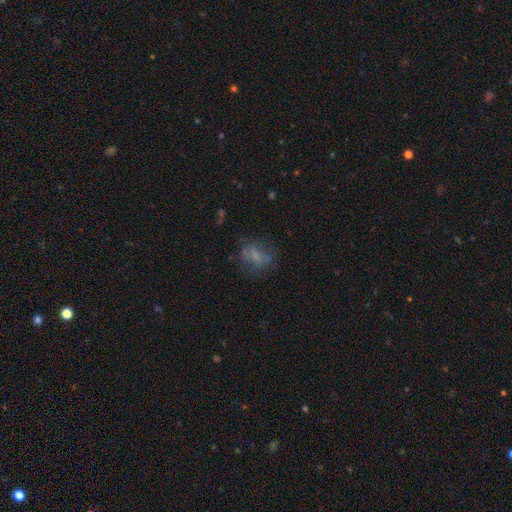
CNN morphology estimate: Smooth or featured? smooth (55%)
How rounded? in between (61%)
Merging? none (60%)